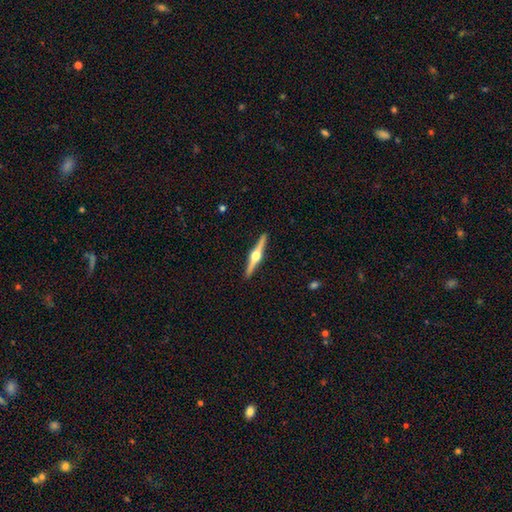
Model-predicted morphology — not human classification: Smooth or featured: featured or disk — 84% (smooth — 12%)
Edge-on disk: yes — 99% (no — 1%)
Edge-on bulge: rounded — 96% (boxy — 2%)
Merging: none — 92% (minor disturbance — 5%)